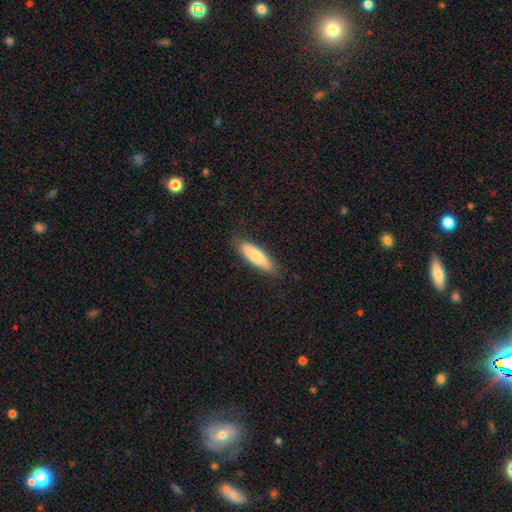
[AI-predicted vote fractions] A smooth galaxy with no disk features (76%) that is cigar-shaped (55%).

Vote fractions:
- Smooth or featured? smooth: 76% / featured or disk: 18% / star or artifact: 6%
- How rounded? cigar-shaped: 55% / in between: 43% / round: 2%
- Merging? none: 82% / minor disturbance: 14% / major disturbance: 3% / merger: 1%